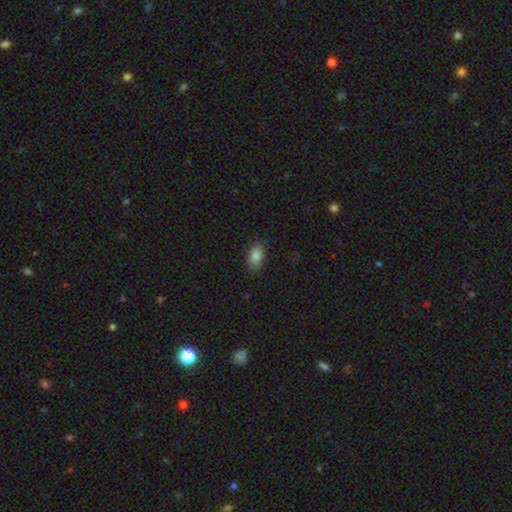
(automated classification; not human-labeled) Q: Smooth or featured?
A: smooth (86%); runner-up: star or artifact (9%)
Q: How rounded?
A: in between (89%); runner-up: round (7%)
Q: Merging?
A: none (84%); runner-up: minor disturbance (12%)